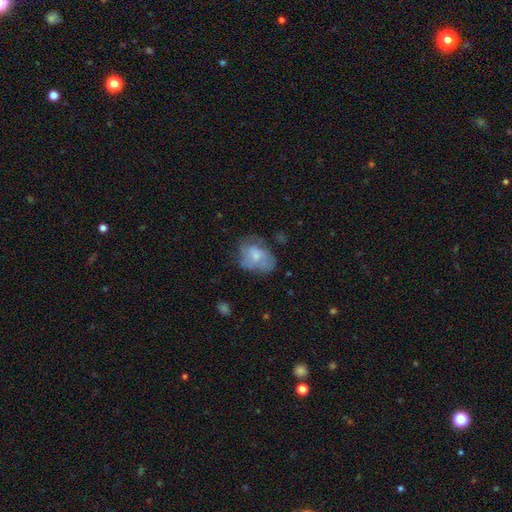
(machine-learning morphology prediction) smooth-or-featured: smooth: 57% | featured or disk: 35% | star or artifact: 8%
  how-rounded: in between: 73% | round: 26% | cigar-shaped: 1%
  merging: none: 47% | minor disturbance: 30% | major disturbance: 20% | merger: 3%